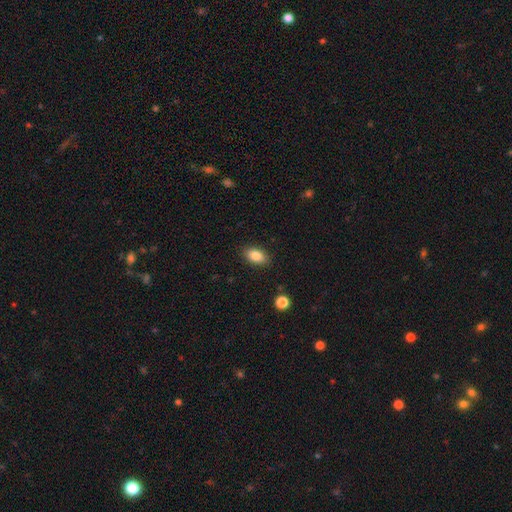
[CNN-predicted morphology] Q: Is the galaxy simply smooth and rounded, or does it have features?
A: smooth — 86%.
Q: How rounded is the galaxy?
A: in between — 90%.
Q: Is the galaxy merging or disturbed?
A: none — 87%.